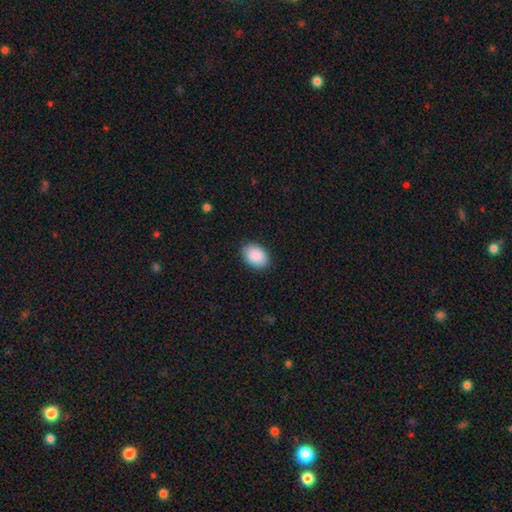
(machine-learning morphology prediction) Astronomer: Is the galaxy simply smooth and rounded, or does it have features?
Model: smooth — 91%.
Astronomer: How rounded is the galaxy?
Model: in between — 82%.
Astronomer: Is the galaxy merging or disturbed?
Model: none — 88%.